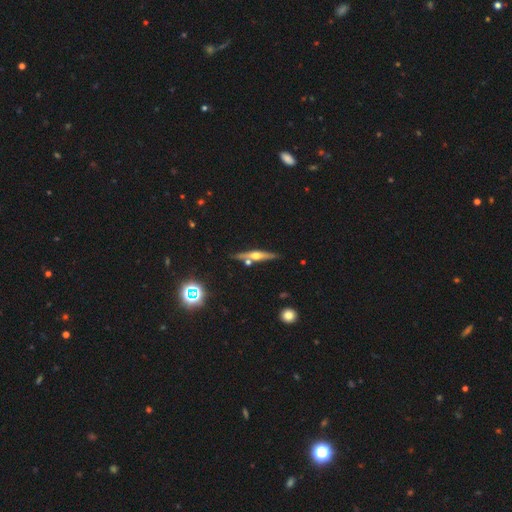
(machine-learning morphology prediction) This appears to be a featured or disk galaxy (70%) viewed edge-on (96%) with a rounded central bulge (92%). Merging: none (79%).